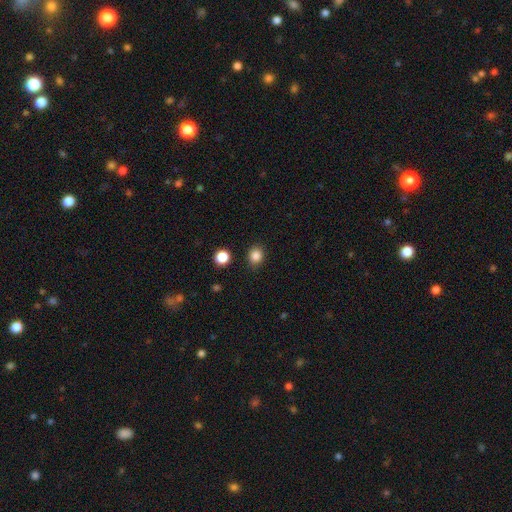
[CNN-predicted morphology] Overall: smooth (85%). How rounded: round (73%). Merging: none (87%).